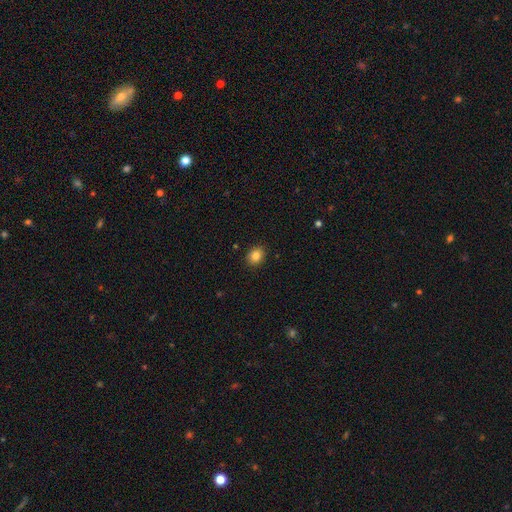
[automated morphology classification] This is clearly a smooth galaxy (84%). How rounded: possibly round (57%). Merging: clearly none (89%).